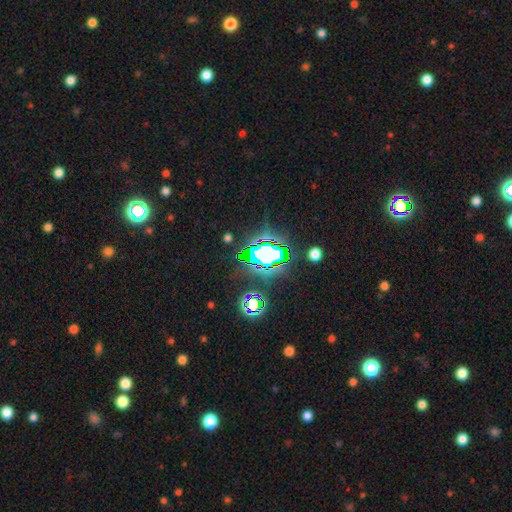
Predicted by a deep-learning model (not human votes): This appears to be a star or artifact, not a galaxy (83%).